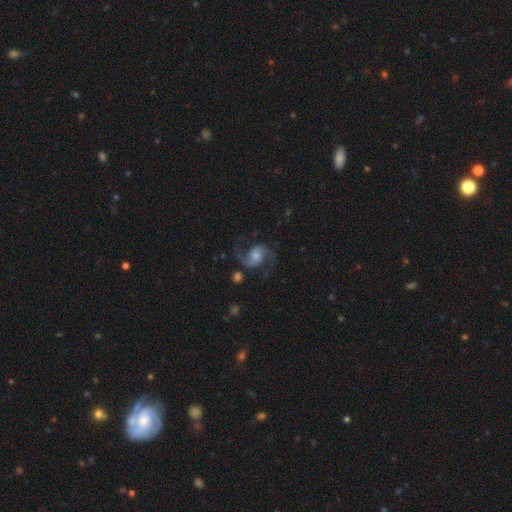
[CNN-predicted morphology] Smooth or featured? featured or disk (90%)
Edge-on disk? no (98%)
Bar? no (56%)
Spiral arms? yes (98%)
Spiral winding? medium (51%)
Spiral arm count? 2 (94%)
Bulge size? moderate (44%)
Merging? none (75%)